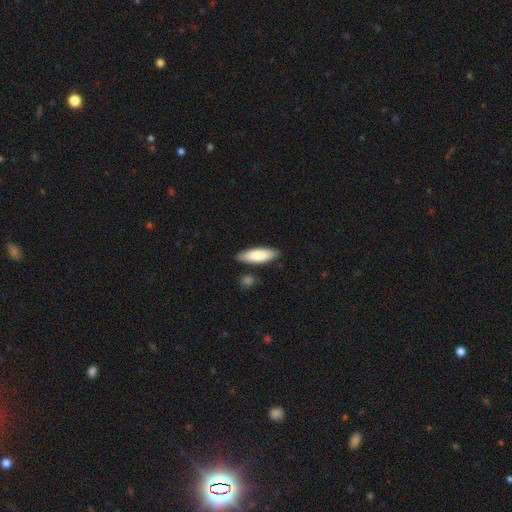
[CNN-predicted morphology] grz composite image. It shows a smooth galaxy with no disk features (79%) that is in between round and cigar-shaped (53%). Merging: none (85%).